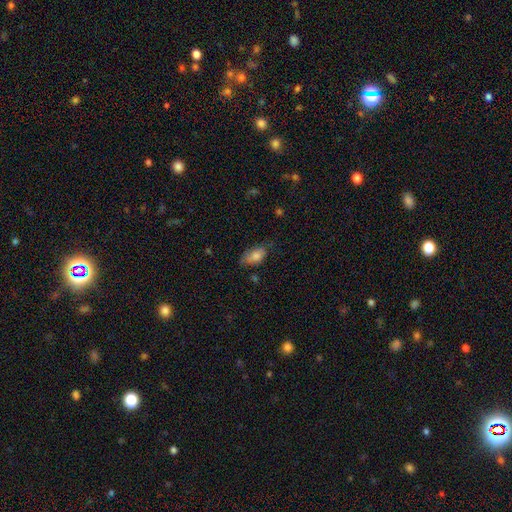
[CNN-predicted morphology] Smooth or featured: smooth — 75% (featured or disk — 17%)
How rounded: in between — 89% (round — 6%)
Merging: none — 53% (minor disturbance — 33%)